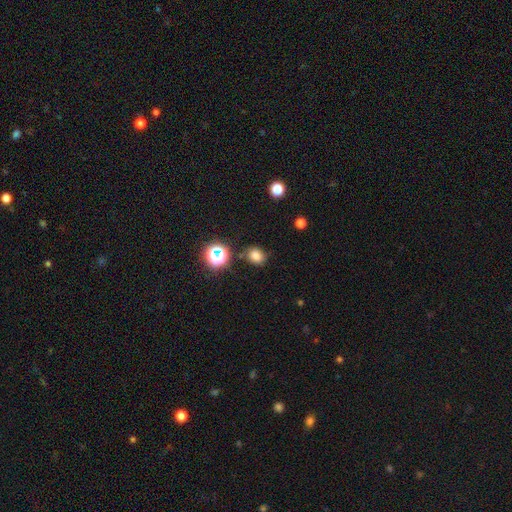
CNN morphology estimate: smooth-or-featured: smooth: 75% | star or artifact: 18% | featured or disk: 7%
  how-rounded: round: 60% | in between: 40% | cigar-shaped: 1%
  merging: none: 77% | minor disturbance: 15% | merger: 5% | major disturbance: 4%